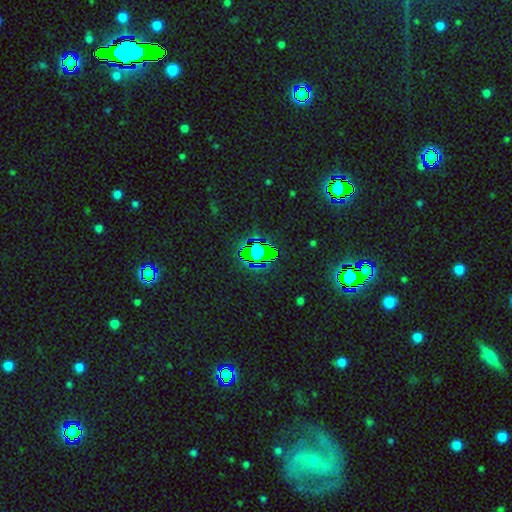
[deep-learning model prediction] Q: Smooth or featured?
A: star or artifact (74%); runner-up: smooth (15%)